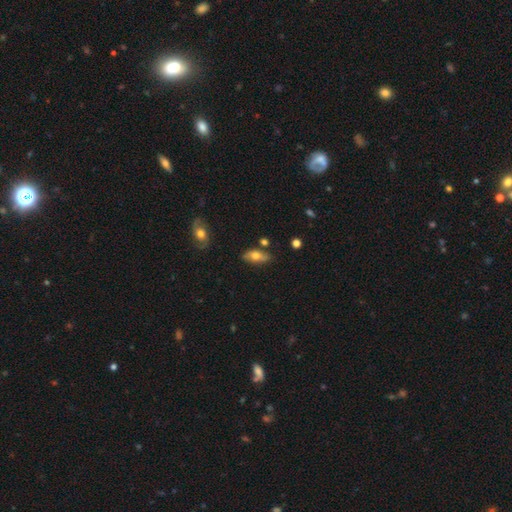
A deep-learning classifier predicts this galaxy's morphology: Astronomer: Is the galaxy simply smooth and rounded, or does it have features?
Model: smooth — 64%.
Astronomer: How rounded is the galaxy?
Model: in between — 80%.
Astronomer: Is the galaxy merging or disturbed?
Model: none — 74%.